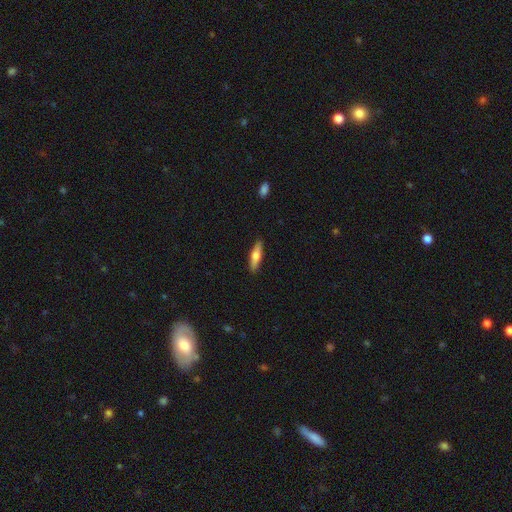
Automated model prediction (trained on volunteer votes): This is possibly a smooth galaxy (58%). How rounded: likely cigar-shaped (69%). Merging: clearly none (90%).